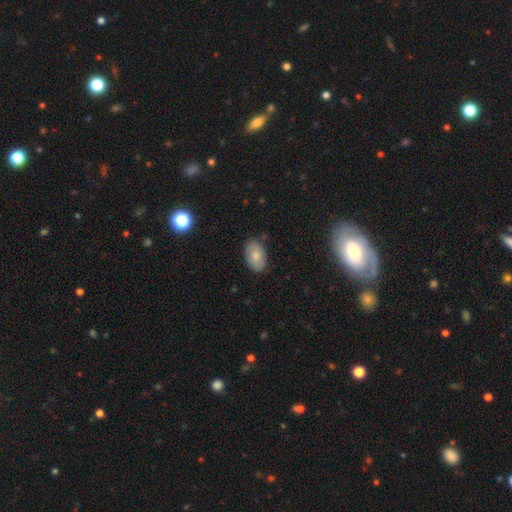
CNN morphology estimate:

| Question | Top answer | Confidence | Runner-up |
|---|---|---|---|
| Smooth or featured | smooth | 78% | featured or disk (15%) |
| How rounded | in between | 91% | round (8%) |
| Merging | none | 81% | minor disturbance (15%) |